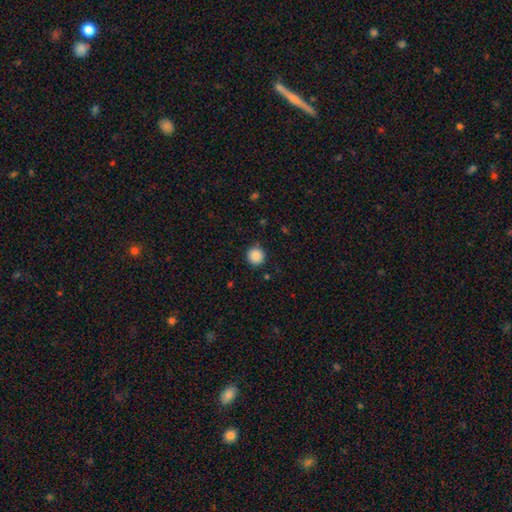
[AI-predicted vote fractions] A smooth galaxy with no disk features (88%) that is round (95%).

Vote fractions:
- Smooth or featured? smooth: 88% / star or artifact: 9% / featured or disk: 3%
- How rounded? round: 95% / in between: 4% / cigar-shaped: 1%
- Merging? none: 89% / minor disturbance: 7% / major disturbance: 2% / merger: 1%